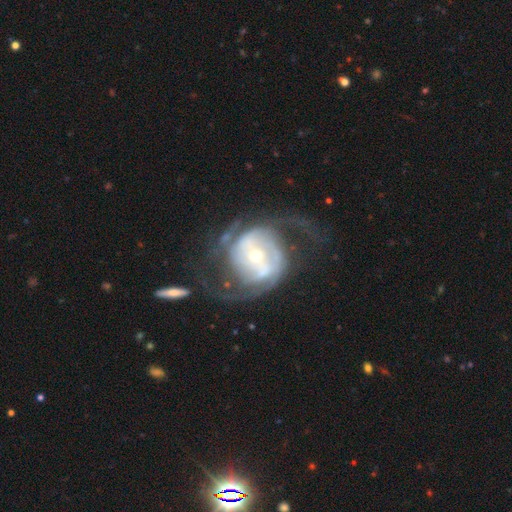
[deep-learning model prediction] The model was most divided on "spiral winding": medium: 43%, tight: 32%, loose: 26%. Remaining: edge-on disk — no (97%); spiral arms — yes (90%); smooth or featured — featured or disk (84%); bulge size — small (65%); spiral arm count — 2 (65%); merging — none (51%); bar — no (48%).